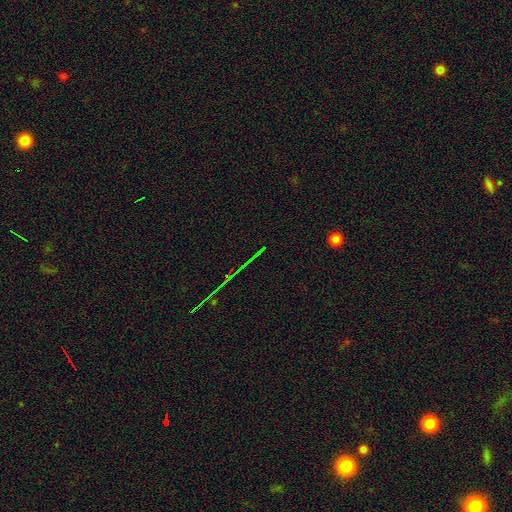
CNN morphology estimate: This is likely a star or artifact rather than a galaxy (79%).